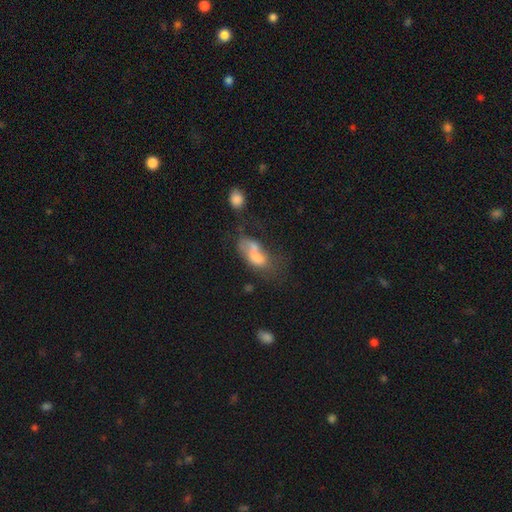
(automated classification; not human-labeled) smooth_or_featured: smooth (p=0.60) [alt: featured or disk p=0.30]
how_rounded: in between (p=0.85) [alt: round p=0.09]
merging: merger (p=0.43) [alt: major disturbance p=0.25]